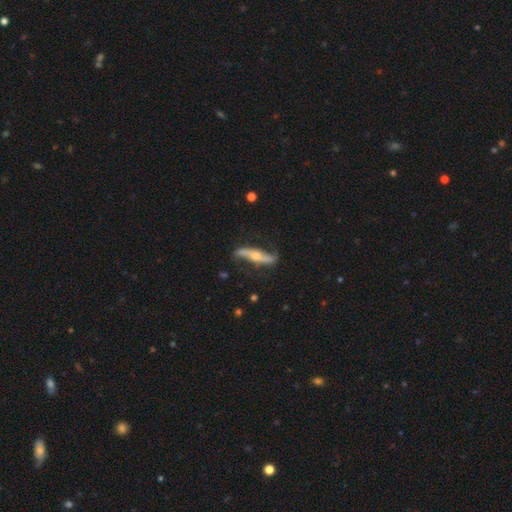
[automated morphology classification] Smooth or featured? Predicted: featured or disk (p=0.81). Edge-on disk? Predicted: no (p=0.52). Merging? Predicted: none (p=0.75).